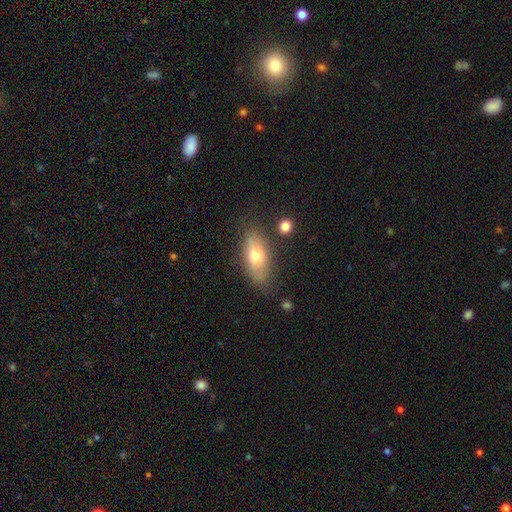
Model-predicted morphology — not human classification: Smooth or featured? smooth (63%)
How rounded? in between (77%)
Merging? none (77%)